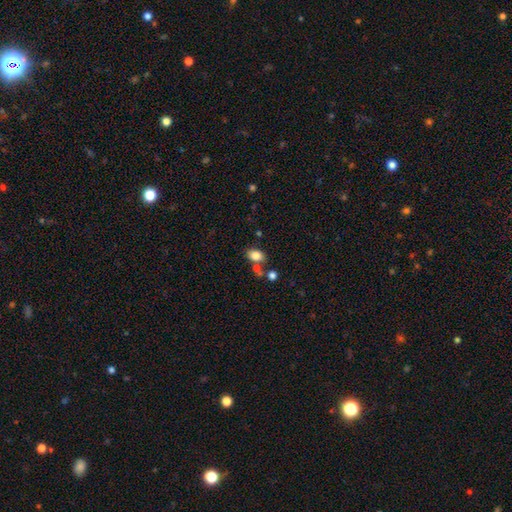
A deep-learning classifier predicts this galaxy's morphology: This appears to be a smooth galaxy with no disk features (83%) that is in between round and cigar-shaped (81%). Merging: none (64%).